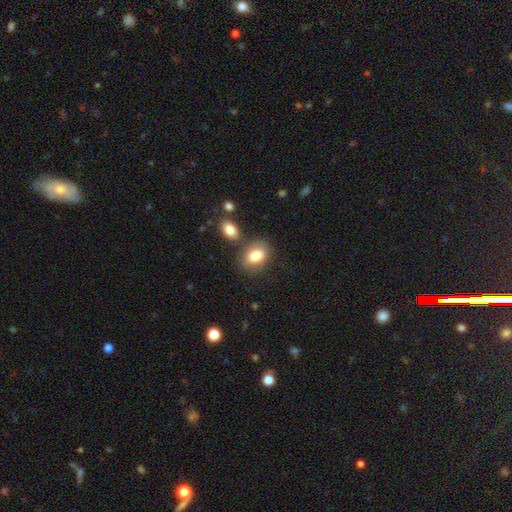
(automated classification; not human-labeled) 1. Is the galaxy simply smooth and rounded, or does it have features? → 84% smooth, 9% featured or disk, 8% star or artifact.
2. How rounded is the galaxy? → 79% in between, 19% round, 1% cigar-shaped.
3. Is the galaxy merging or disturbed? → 68% none, 14% minor disturbance, 13% merger, 5% major disturbance.